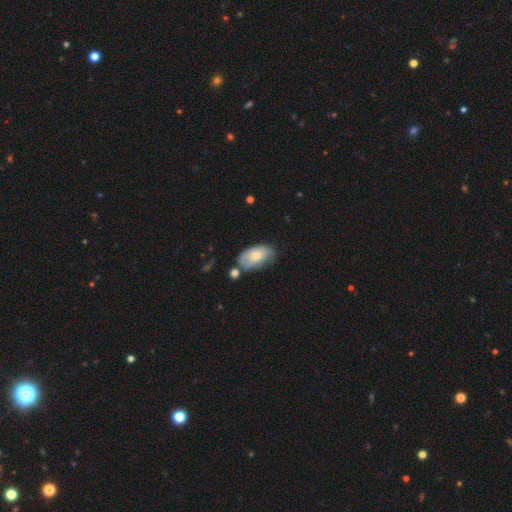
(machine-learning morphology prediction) Smooth or featured?
  - smooth: 60% *
  - featured or disk: 34%
  - star or artifact: 6%
How rounded?
  - in between: 93% *
  - round: 5%
  - cigar-shaped: 2%
Merging?
  - none: 51% *
  - minor disturbance: 28%
  - merger: 13%
  - major disturbance: 8%